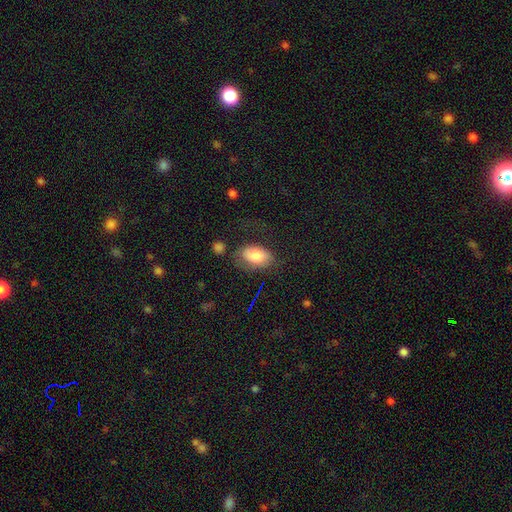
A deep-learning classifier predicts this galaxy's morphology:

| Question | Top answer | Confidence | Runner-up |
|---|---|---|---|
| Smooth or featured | smooth | 78% | featured or disk (14%) |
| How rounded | in between | 92% | round (6%) |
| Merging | none | 53% | minor disturbance (25%) |